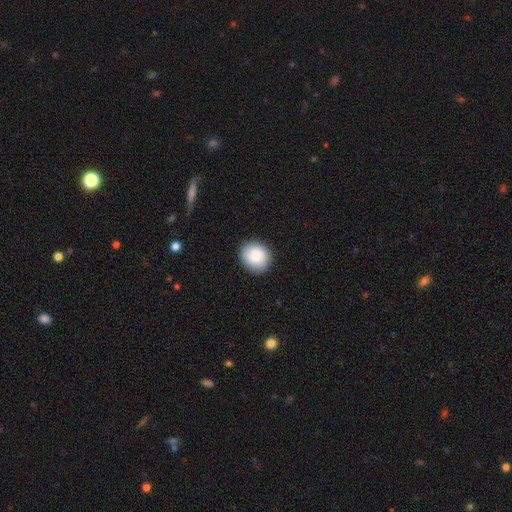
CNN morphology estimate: type=smooth (86%); roundness=round (76%); merging=none (88%).